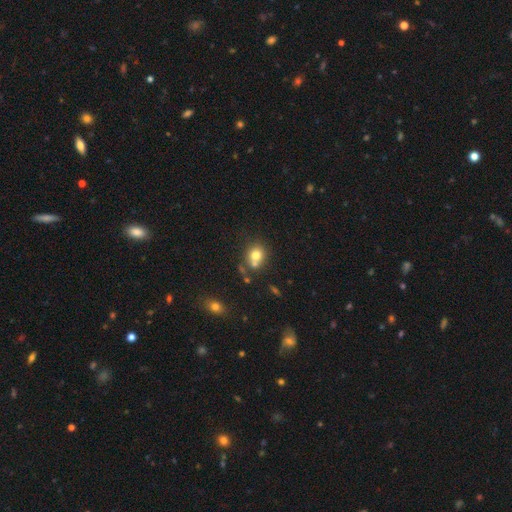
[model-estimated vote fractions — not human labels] Morphology: type=smooth (75%); roundness=round (77%); merging=none (52%).